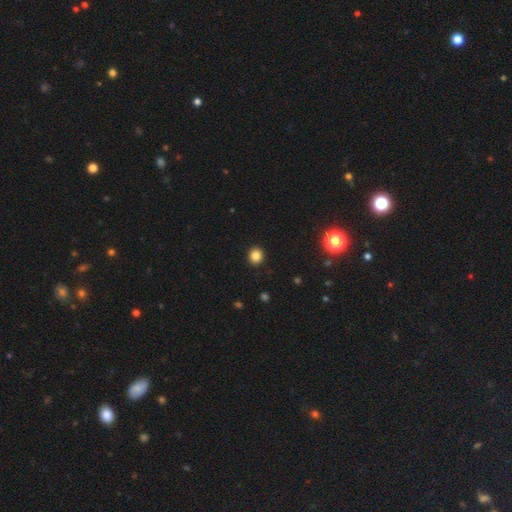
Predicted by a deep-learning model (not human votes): Smooth or featured: smooth — 83% (star or artifact — 12%)
How rounded: round — 87% (in between — 12%)
Merging: none — 93% (minor disturbance — 5%)